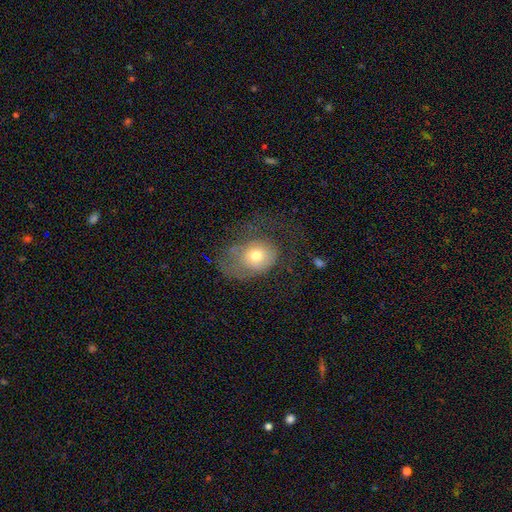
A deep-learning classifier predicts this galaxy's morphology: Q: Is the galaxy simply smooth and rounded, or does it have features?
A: smooth — 62%.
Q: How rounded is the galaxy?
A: in between — 53%.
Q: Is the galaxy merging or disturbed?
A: major disturbance — 45%.